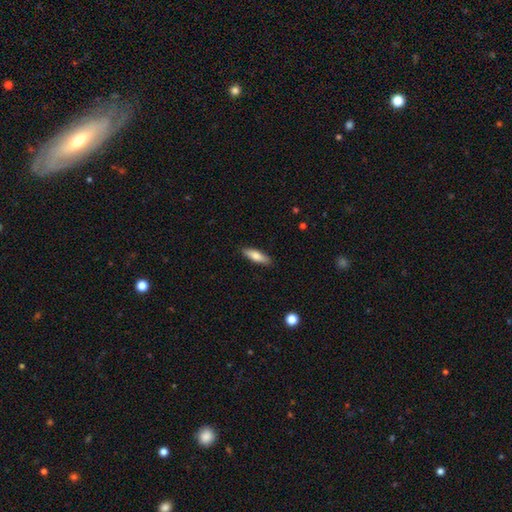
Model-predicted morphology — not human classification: smooth-or-featured: smooth: 74% | featured or disk: 20% | star or artifact: 6%
  how-rounded: cigar-shaped: 54% | in between: 44% | round: 2%
  merging: none: 89% | minor disturbance: 8% | major disturbance: 2% | merger: 1%